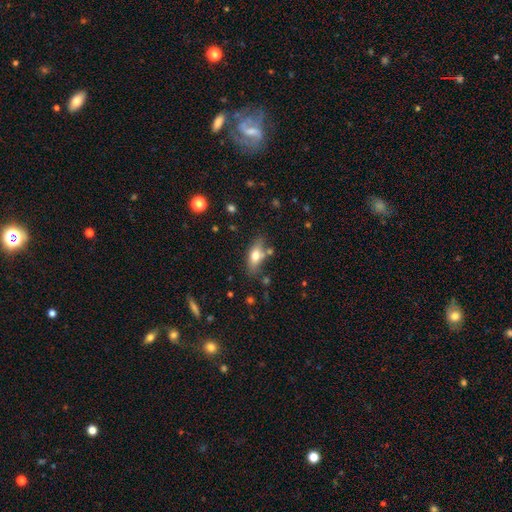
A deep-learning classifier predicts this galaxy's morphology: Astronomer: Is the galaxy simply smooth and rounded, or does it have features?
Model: smooth — 68%.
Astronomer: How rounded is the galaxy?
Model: in between — 77%.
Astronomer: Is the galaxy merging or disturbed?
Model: none — 71%.